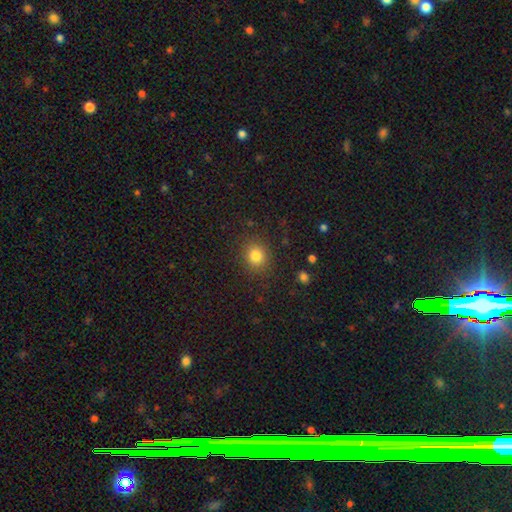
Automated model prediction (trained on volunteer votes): Overall: smooth (81%). How rounded: round (80%). Merging: none (87%).